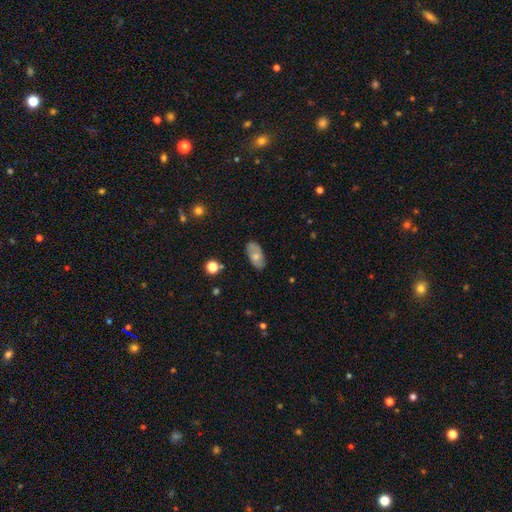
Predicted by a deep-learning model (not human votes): smooth-or-featured: smooth: 64% | featured or disk: 29% | star or artifact: 7%
  how-rounded: in between: 92% | round: 4% | cigar-shaped: 4%
  merging: none: 83% | minor disturbance: 13% | major disturbance: 3% | merger: 1%